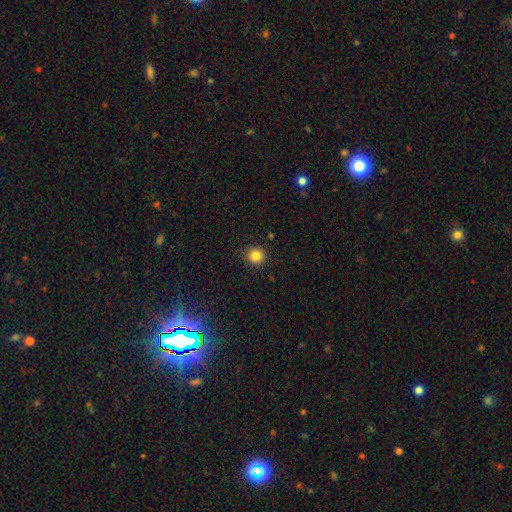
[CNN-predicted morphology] A smooth galaxy with no disk features (84%) that is round (93%).

Vote fractions:
- Smooth or featured? smooth: 84% / star or artifact: 11% / featured or disk: 5%
- How rounded? round: 93% / in between: 6% / cigar-shaped: 1%
- Merging? none: 91% / minor disturbance: 6% / major disturbance: 2% / merger: 1%